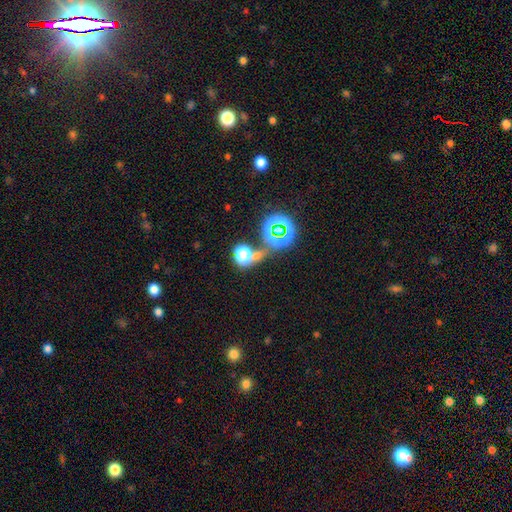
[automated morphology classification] Overall: star or artifact (49%; smooth 41%).